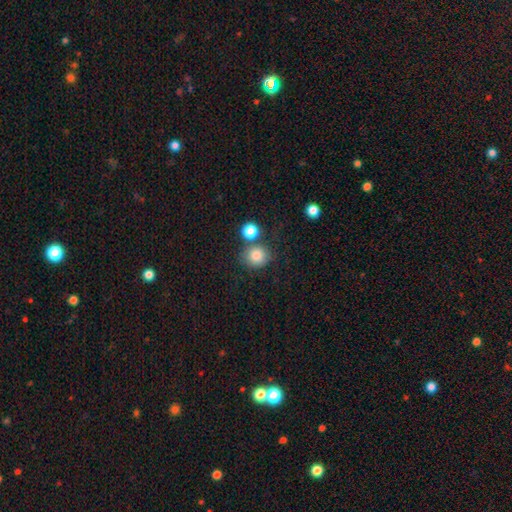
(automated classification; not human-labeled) Morphology: type=smooth (84%); roundness=round (86%); merging=none (70%).